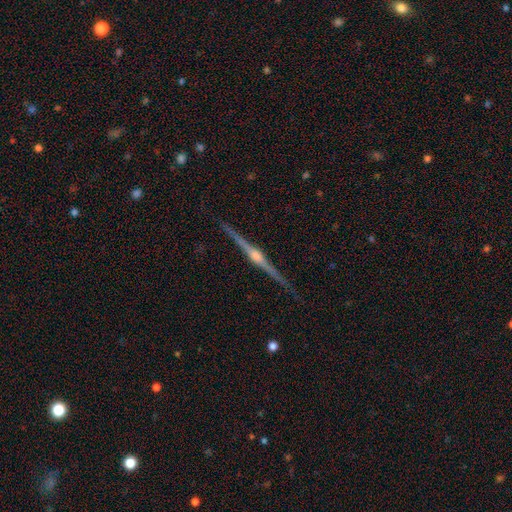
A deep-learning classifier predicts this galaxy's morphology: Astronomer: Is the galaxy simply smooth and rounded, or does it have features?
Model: featured or disk — 90%.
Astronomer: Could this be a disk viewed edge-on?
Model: yes — 99%.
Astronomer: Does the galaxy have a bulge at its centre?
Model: rounded — 92%.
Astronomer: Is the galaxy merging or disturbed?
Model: none — 92%.